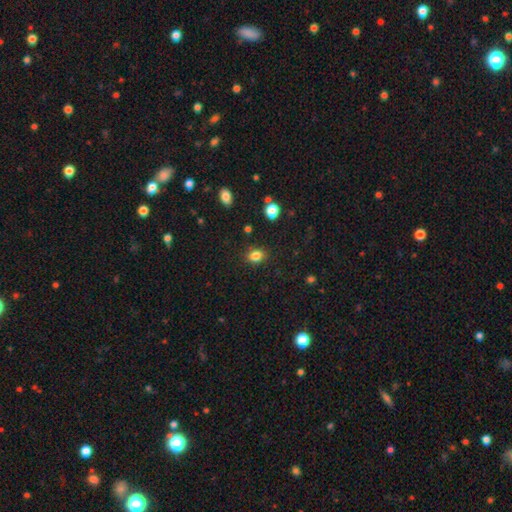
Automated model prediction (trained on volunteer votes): A smooth galaxy with no disk features (83%) that is round (52%). Merging: none (86%).